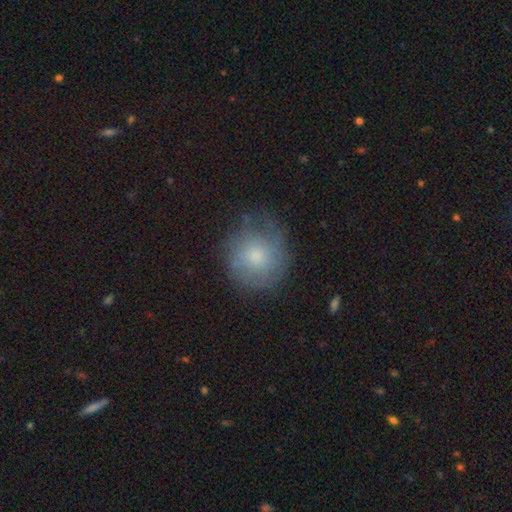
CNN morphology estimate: Smooth or featured?
  - smooth: 62% *
  - featured or disk: 28%
  - star or artifact: 10%
How rounded?
  - round: 87% *
  - in between: 12%
  - cigar-shaped: 1%
Merging?
  - none: 67% *
  - minor disturbance: 23%
  - major disturbance: 9%
  - merger: 1%